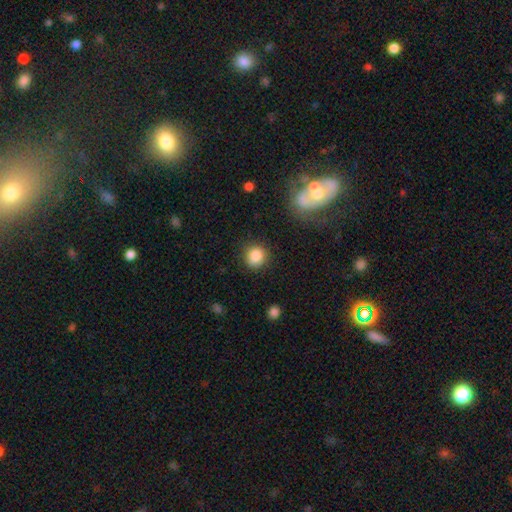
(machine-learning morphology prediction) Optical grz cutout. It shows a smooth galaxy with no disk features (86%) that is round (87%). Merging: none (85%).